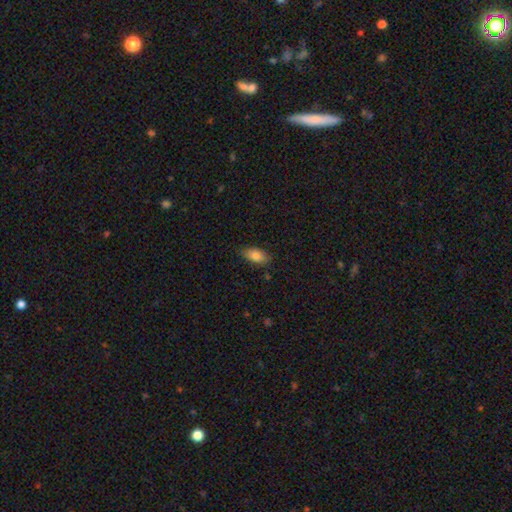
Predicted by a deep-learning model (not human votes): Smooth or featured: smooth — 81% (featured or disk — 11%)
How rounded: in between — 90% (cigar-shaped — 5%)
Merging: none — 80% (minor disturbance — 16%)